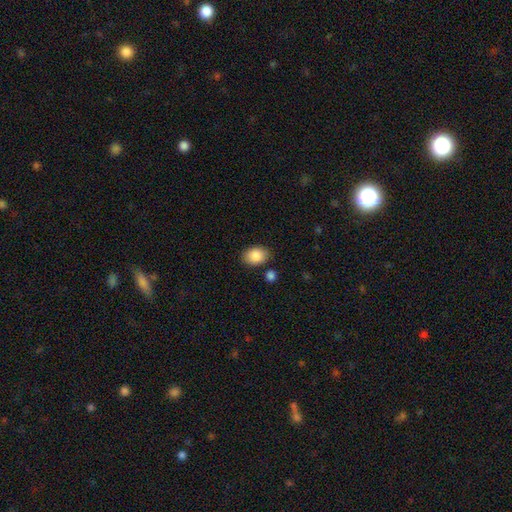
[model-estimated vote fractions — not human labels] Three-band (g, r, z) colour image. It shows a smooth galaxy with no disk features (88%) that is in between round and cigar-shaped (75%). Merging: none (81%).